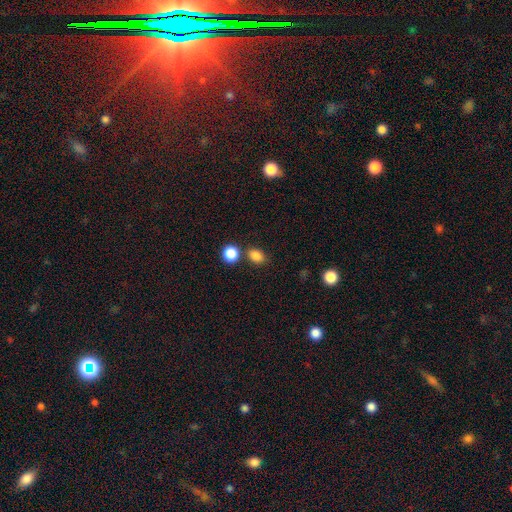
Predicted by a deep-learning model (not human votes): smooth-or-featured: smooth: 84% | star or artifact: 12% | featured or disk: 5%
  how-rounded: in between: 60% | round: 39% | cigar-shaped: 1%
  merging: none: 70% | merger: 16% | minor disturbance: 11% | major disturbance: 3%